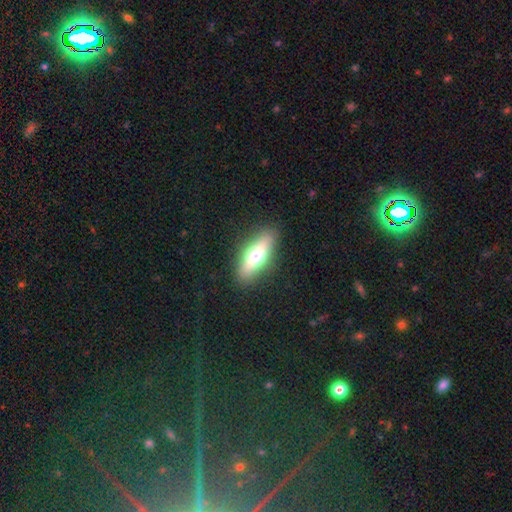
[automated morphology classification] smooth_or_featured: smooth (p=0.50) [alt: featured or disk p=0.42]
merging: none (p=0.88) [alt: minor disturbance p=0.09]